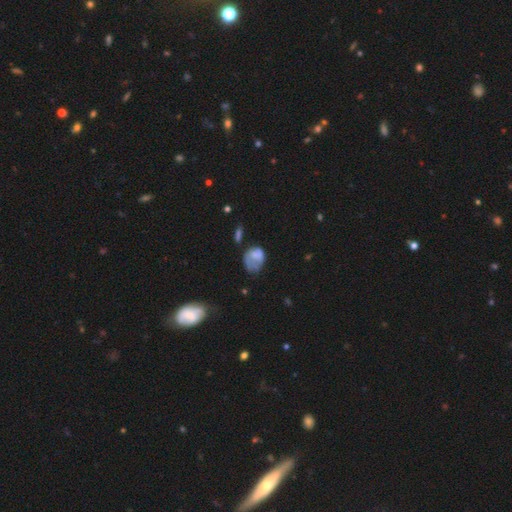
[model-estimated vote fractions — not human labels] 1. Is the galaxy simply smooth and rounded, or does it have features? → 60% smooth, 30% featured or disk, 10% star or artifact.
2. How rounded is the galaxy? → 61% in between, 38% round, 1% cigar-shaped.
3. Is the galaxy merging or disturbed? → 38% major disturbance, 30% minor disturbance, 26% none, 6% merger.